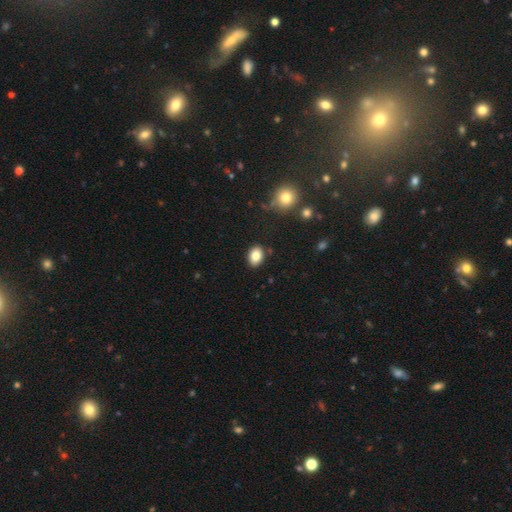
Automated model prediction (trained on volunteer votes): Morphology: type=smooth (84%); roundness=in between (77%); merging=none (87%).